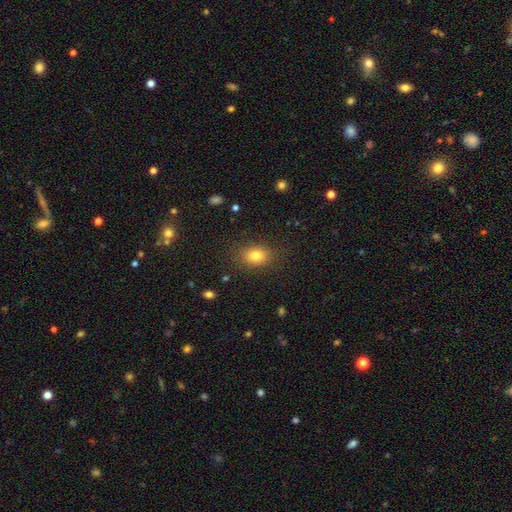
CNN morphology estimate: A smooth galaxy with no disk features (81%) that is in between round and cigar-shaped (66%). Merging: none (83%).